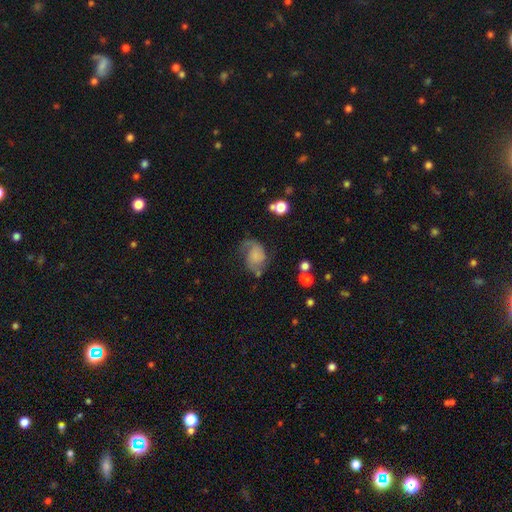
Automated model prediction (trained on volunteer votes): A featured or disk galaxy (62%) with no bar (72%), 2 (85%) loose (42%, tied with medium) spiral arms (90%) and no central bulge (52%).

Vote fractions:
- Smooth or featured? featured or disk: 62% / smooth: 28% / star or artifact: 10%
- Edge-on disk? no: 98% / yes: 2%
- Bar? no: 72% / weak: 23% / strong: 5%
- Spiral arms? yes: 90% / no: 10%
- Spiral winding? loose: 42% (tied) / medium: 42% (tied) / tight: 16%
- Spiral arm count? 2: 85% / 1: 6% / can't tell: 5% / 3: 1% / 4: 1% / more than 4: 1%
- Bulge size? none: 52% / small: 25% / moderate: 11% / large: 8% / dominant: 4%
- Merging? none: 51% / minor disturbance: 26% / major disturbance: 19% / merger: 4%